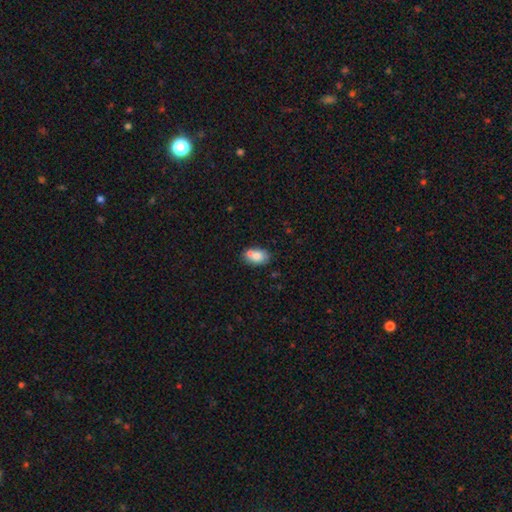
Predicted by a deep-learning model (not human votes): The model was most divided on "merging": none: 57%, merger: 22%, minor disturbance: 17%, major disturbance: 4%. More confident: how rounded — in between (85%); smooth or featured — smooth (76%).